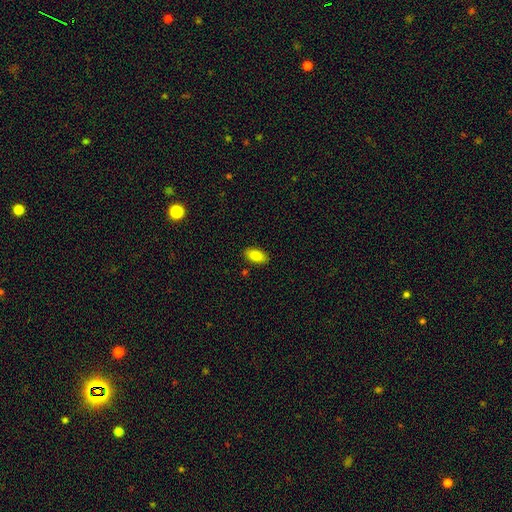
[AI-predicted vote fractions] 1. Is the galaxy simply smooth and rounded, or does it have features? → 84% smooth, 8% featured or disk, 8% star or artifact.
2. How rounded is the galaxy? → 93% in between, 4% cigar-shaped, 3% round.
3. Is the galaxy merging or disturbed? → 88% none, 9% minor disturbance, 2% major disturbance, 2% merger.